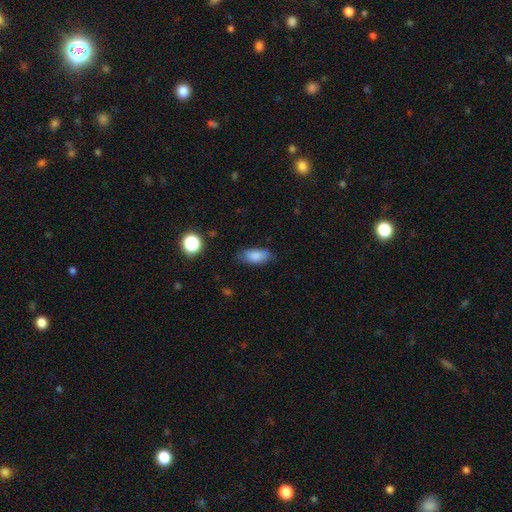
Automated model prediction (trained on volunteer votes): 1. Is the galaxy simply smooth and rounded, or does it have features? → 85% smooth, 8% star or artifact, 7% featured or disk.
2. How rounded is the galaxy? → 88% in between, 8% cigar-shaped, 4% round.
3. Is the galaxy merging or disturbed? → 76% none, 18% minor disturbance, 4% major disturbance, 1% merger.